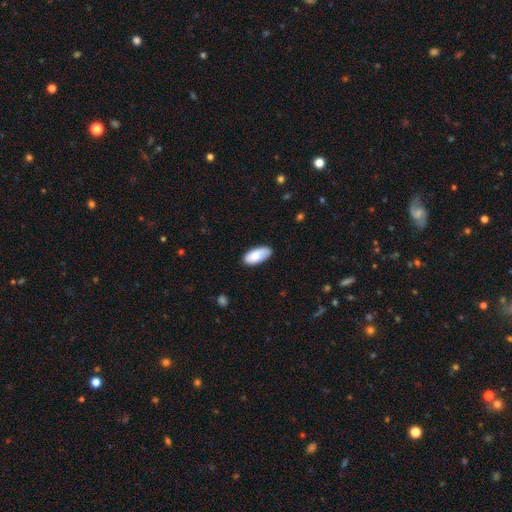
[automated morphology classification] This is clearly a smooth galaxy (83%). How rounded: clearly in between (92%). Merging: likely none (79%).